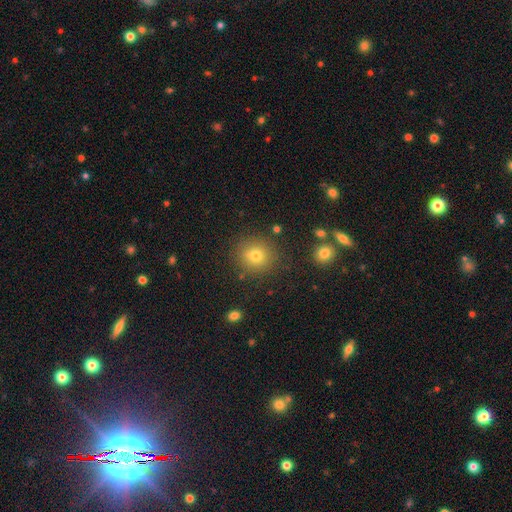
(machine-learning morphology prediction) Overall: smooth (75%). How rounded: round (89%). Merging: none (84%).